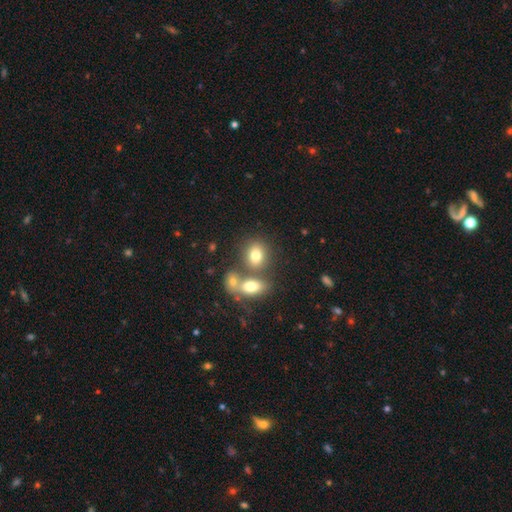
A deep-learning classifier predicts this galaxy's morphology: A smooth galaxy with no disk features (77%) that is in between round and cigar-shaped (52%). Merging: none (51%).